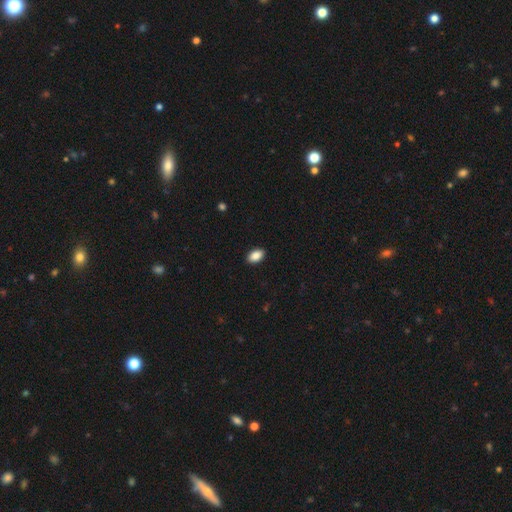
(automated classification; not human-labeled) The model was most divided on "smooth or featured": smooth: 88%, star or artifact: 7%, featured or disk: 4%. More confident: how rounded — in between (92%); merging — none (90%).